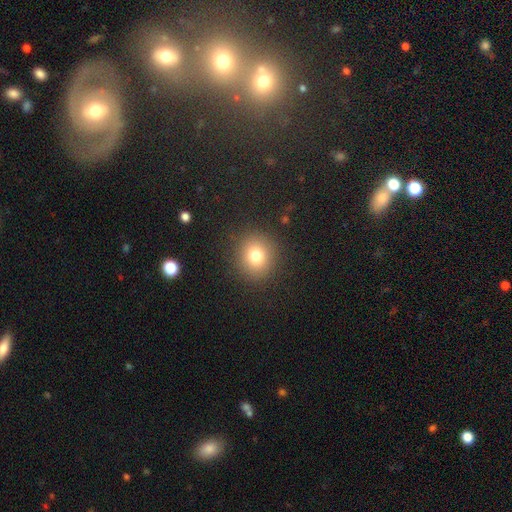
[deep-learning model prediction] smooth 76%, star or artifact 14%, featured or disk 10%. Down the decision tree: how rounded — round (85%); merging — none (89%).